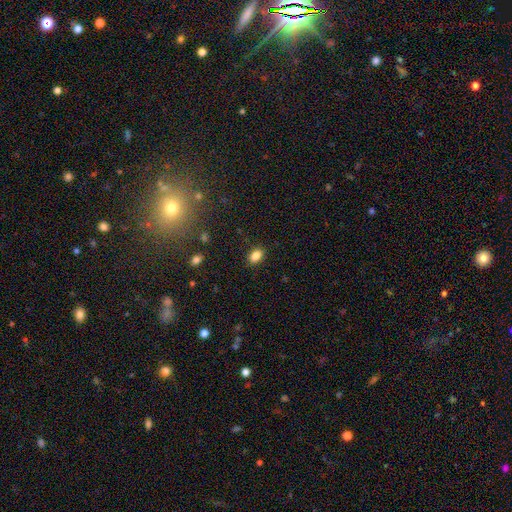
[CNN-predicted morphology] type=smooth (85%); roundness=in between (83%); merging=none (87%).